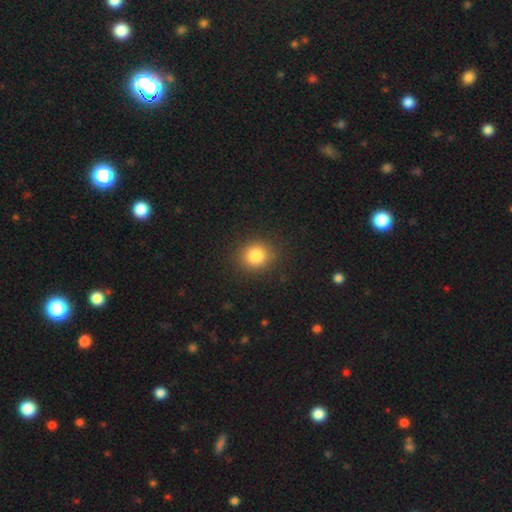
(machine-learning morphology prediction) Q: Smooth or featured?
A: smooth (83%); runner-up: star or artifact (11%)
Q: How rounded?
A: round (84%); runner-up: in between (15%)
Q: Merging?
A: none (89%); runner-up: minor disturbance (7%)